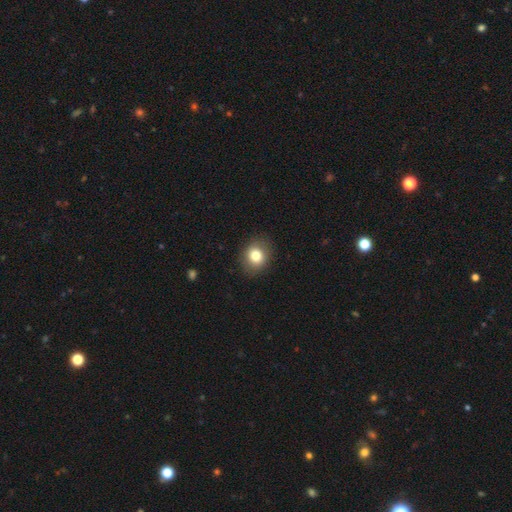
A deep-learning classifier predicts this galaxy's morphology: This appears to be a smooth galaxy with no disk features (81%) that is round (63%). Merging: none (87%).